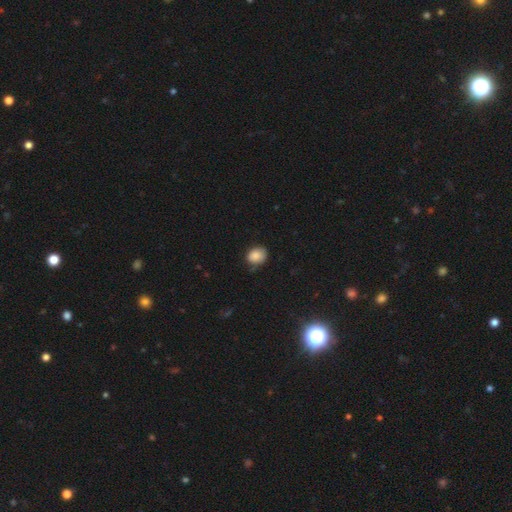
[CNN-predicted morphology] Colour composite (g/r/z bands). It shows a smooth galaxy with no disk features (86%) that is round (53%). Merging: none (69%).